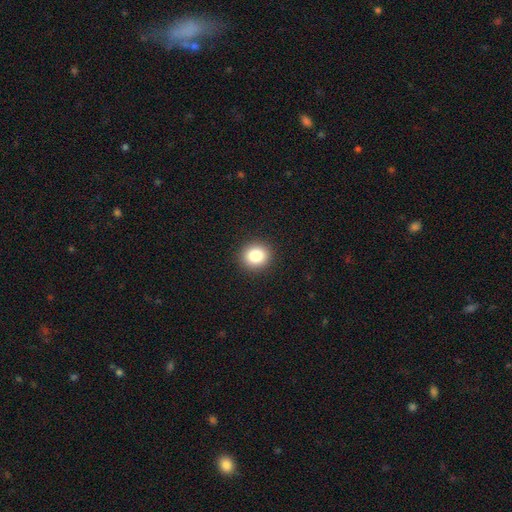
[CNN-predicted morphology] The model was most divided on "how rounded": round: 83%, in between: 16%, cigar-shaped: 1%. More confident: merging — none (92%); smooth or featured — smooth (83%).